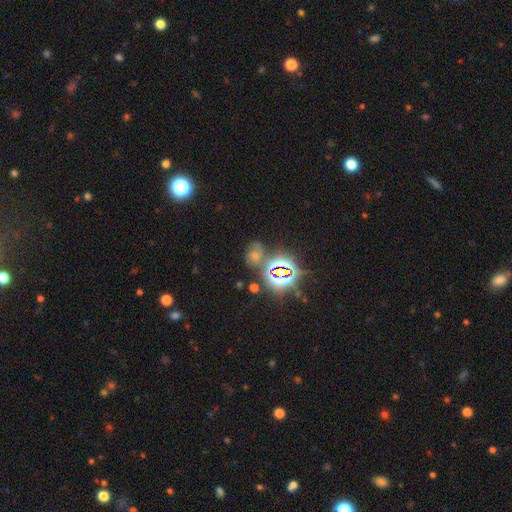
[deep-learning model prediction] Smooth or featured? star or artifact (44%)